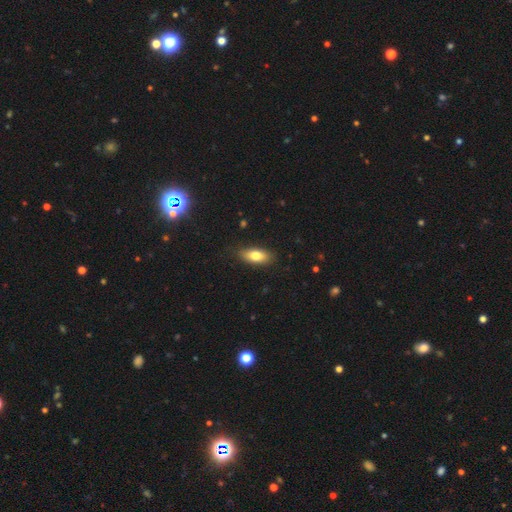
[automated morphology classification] smooth-or-featured: smooth: 77% | featured or disk: 16% | star or artifact: 7%
  how-rounded: in between: 82% | cigar-shaped: 14% | round: 3%
  merging: none: 85% | minor disturbance: 12% | major disturbance: 2% | merger: 1%